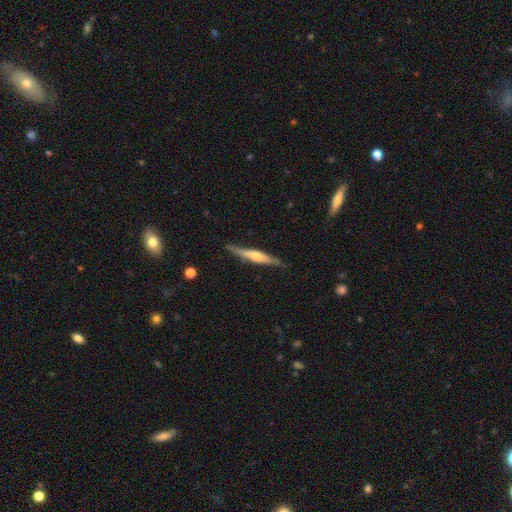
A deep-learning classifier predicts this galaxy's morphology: A featured or disk galaxy (72%) viewed edge-on (97%) with a rounded central bulge (78%). Merging: none (85%).